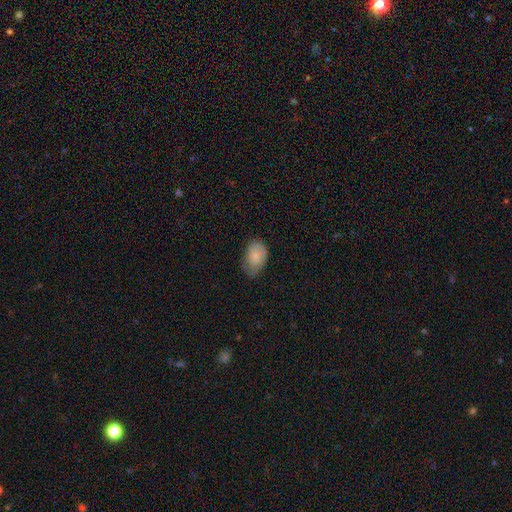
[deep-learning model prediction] A smooth galaxy with no disk features (80%) that is in between round and cigar-shaped (87%). Merging: none (55%).